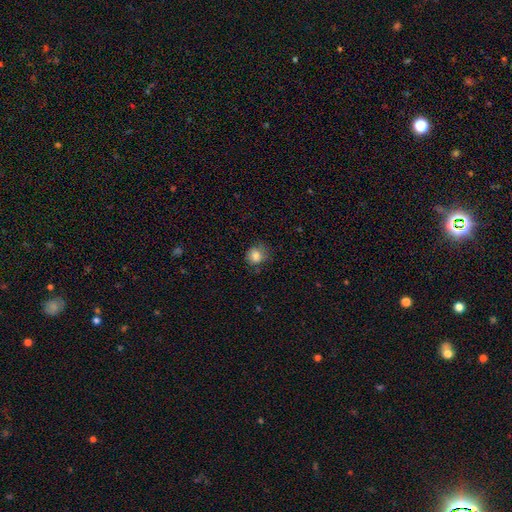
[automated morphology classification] This appears to be a smooth galaxy with no disk features (83%) that is round (72%). Merging: none (66%).